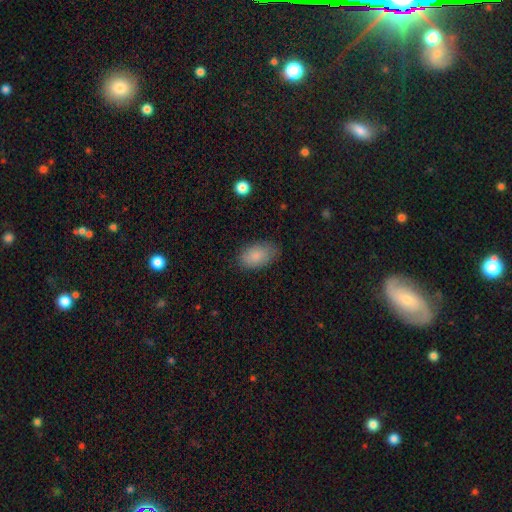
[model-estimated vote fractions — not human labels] This appears to be a smooth galaxy with no disk features (86%) that is in between round and cigar-shaped (92%). Merging: none (78%).